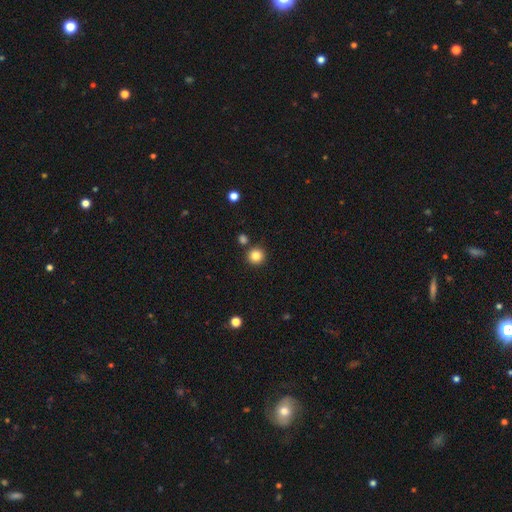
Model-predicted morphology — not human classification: Q: Smooth or featured?
A: smooth (84%); runner-up: star or artifact (11%)
Q: How rounded?
A: round (95%); runner-up: in between (4%)
Q: Merging?
A: none (86%); runner-up: minor disturbance (6%)